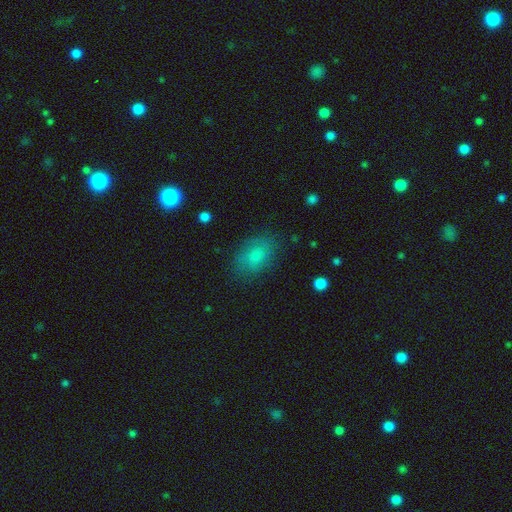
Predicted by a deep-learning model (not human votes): The model was most divided on "smooth or featured": smooth: 76%, featured or disk: 12%, star or artifact: 12%. More confident: how rounded — in between (83%); merging — none (80%).